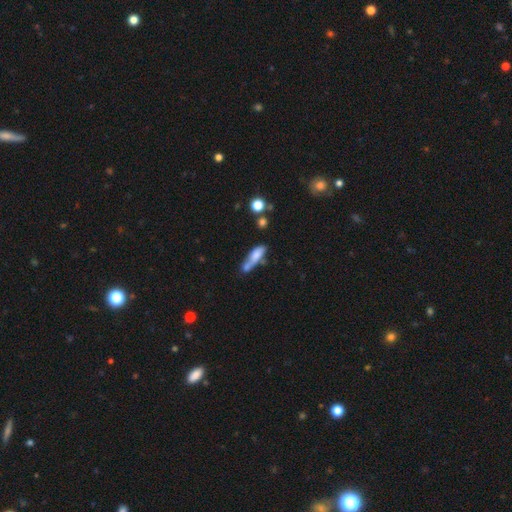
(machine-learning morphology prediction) Smooth or featured? Predicted: smooth (p=0.66). How rounded? Predicted: cigar-shaped (p=0.53). Merging? Predicted: merger (p=0.35).